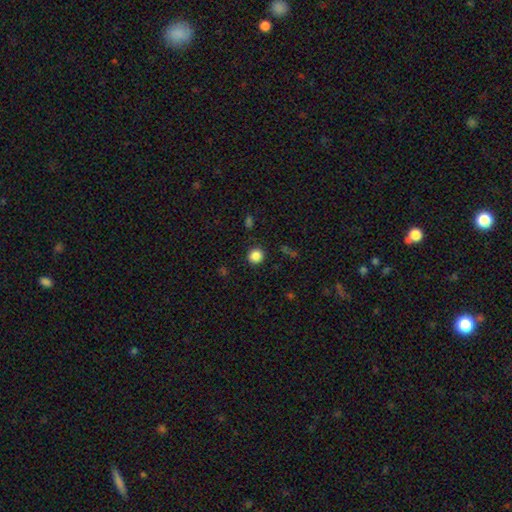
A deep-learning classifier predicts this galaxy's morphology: This appears to be a smooth galaxy with no disk features (85%) that is round (93%). Merging: none (90%).